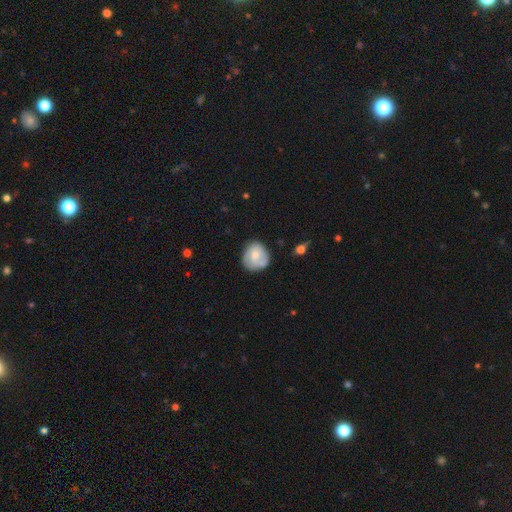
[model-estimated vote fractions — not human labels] A smooth galaxy with no disk features (63%) that is round (80%). Merging: none (65%).